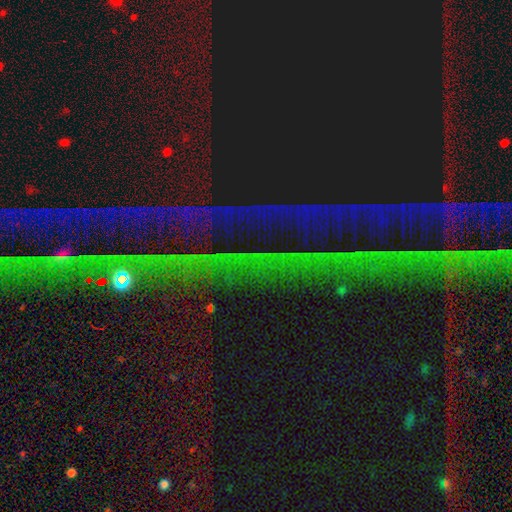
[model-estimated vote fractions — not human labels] A star or artifact, not a galaxy (87%).